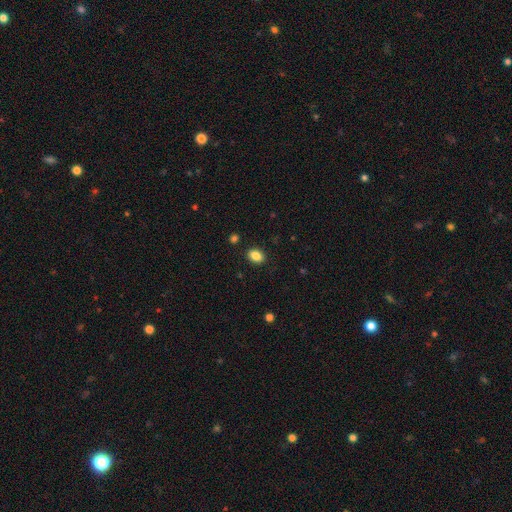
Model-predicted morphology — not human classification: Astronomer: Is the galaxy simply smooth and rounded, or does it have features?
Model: smooth — 87%.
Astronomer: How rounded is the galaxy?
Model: in between — 72%.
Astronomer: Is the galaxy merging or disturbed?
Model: none — 89%.